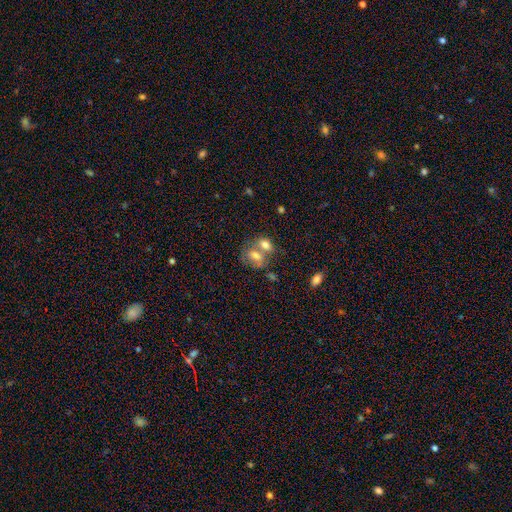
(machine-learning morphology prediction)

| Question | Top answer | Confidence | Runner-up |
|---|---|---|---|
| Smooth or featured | smooth | 68% | featured or disk (23%) |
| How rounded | in between | 71% | round (27%) |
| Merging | merger | 63% | none (24%) |